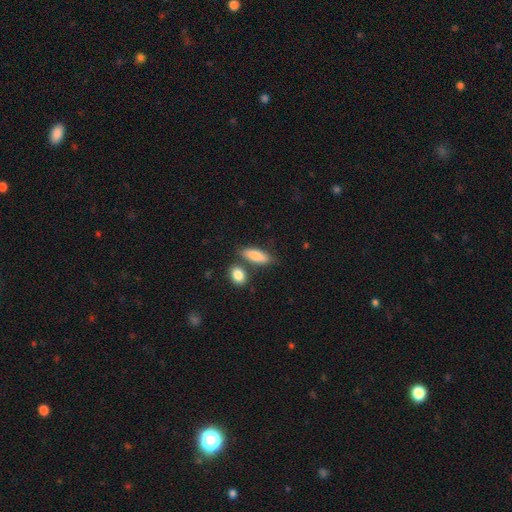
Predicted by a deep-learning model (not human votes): This is clearly a smooth galaxy (83%). How rounded: likely in between (69%). Merging: likely none (66%).